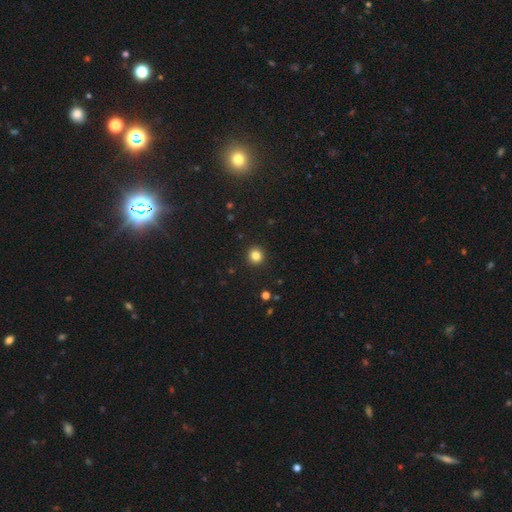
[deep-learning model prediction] Smooth or featured? Predicted: smooth (p=0.83). How rounded? Predicted: round (p=0.91). Merging? Predicted: none (p=0.92).